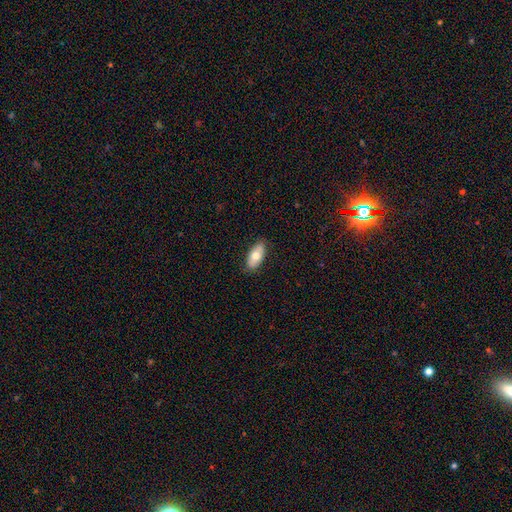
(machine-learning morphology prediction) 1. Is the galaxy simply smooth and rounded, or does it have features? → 70% smooth, 24% featured or disk, 6% star or artifact.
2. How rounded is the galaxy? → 90% in between, 7% cigar-shaped, 3% round.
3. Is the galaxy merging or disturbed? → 85% none, 12% minor disturbance, 2% major disturbance, 1% merger.